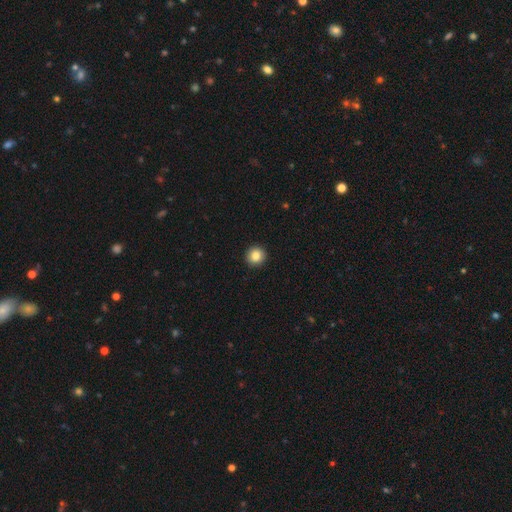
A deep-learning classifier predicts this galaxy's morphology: Smooth or featured?
  - smooth: 86% *
  - star or artifact: 9%
  - featured or disk: 5%
How rounded?
  - round: 93% *
  - in between: 6%
  - cigar-shaped: 1%
Merging?
  - none: 93% *
  - minor disturbance: 5%
  - major disturbance: 1%
  - merger: 1%